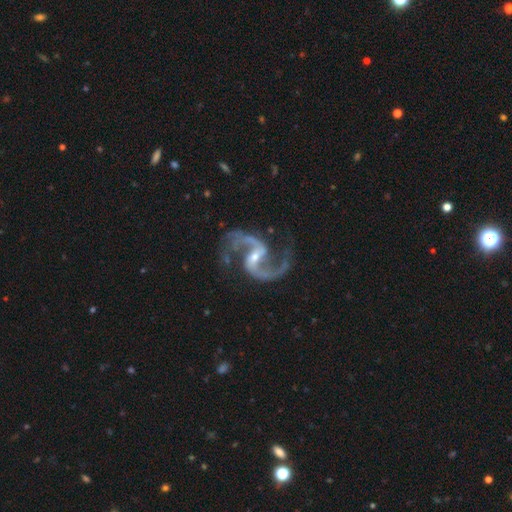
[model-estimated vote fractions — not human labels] The model was most divided on "bar": weak: 46%, strong: 34%, no: 21%. More confident: spiral arms — yes (99%); edge-on disk — no (98%); spiral arm count — 2 (94%); smooth or featured — featured or disk (94%); merging — none (78%); bulge size — small (58%); spiral winding — medium (53%).